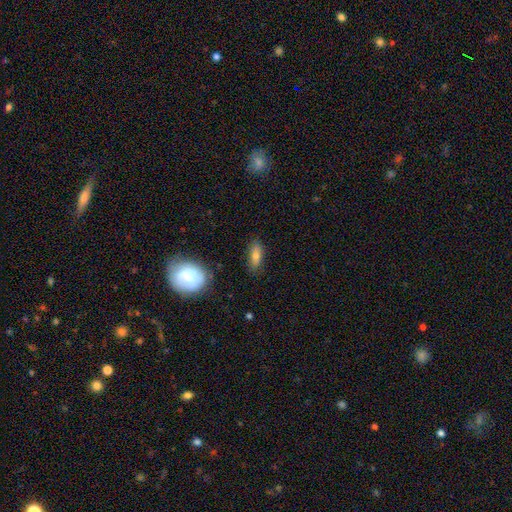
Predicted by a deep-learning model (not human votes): A smooth galaxy with no disk features (72%) that is in between round and cigar-shaped (74%). Merging: none (82%).